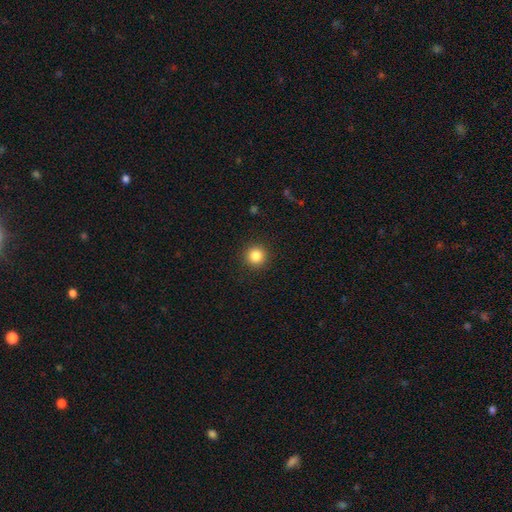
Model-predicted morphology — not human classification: The model was most divided on "smooth or featured": smooth: 85%, star or artifact: 11%, featured or disk: 4%. More confident: how rounded — round (95%); merging — none (92%).